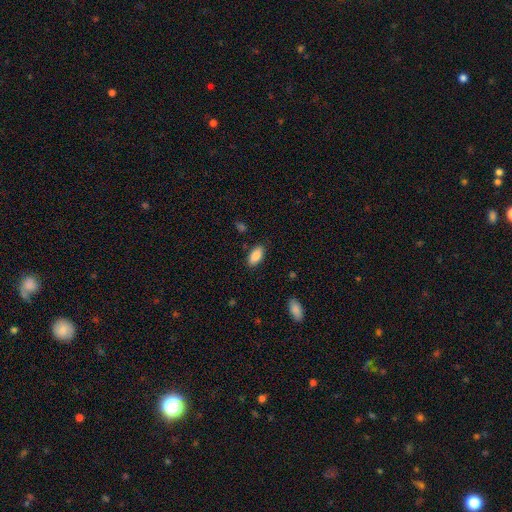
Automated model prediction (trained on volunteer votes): A smooth galaxy with no disk features (88%) that is in between round and cigar-shaped (91%).

Vote fractions:
- Smooth or featured? smooth: 88% / star or artifact: 7% / featured or disk: 5%
- How rounded? in between: 91% / cigar-shaped: 7% / round: 2%
- Merging? none: 86% / minor disturbance: 10% / major disturbance: 2% / merger: 1%